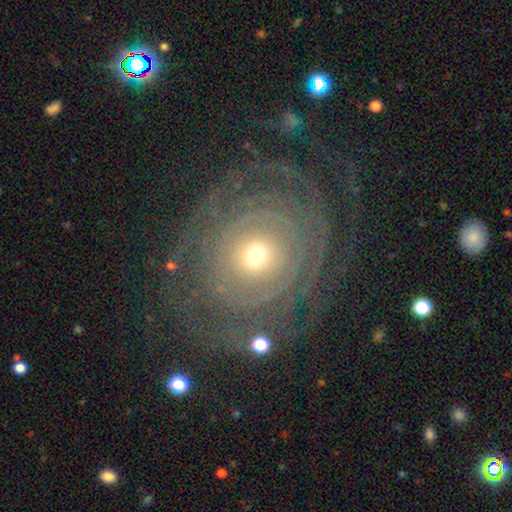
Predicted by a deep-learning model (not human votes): featured or disk 81%, smooth 12%, star or artifact 7%. Down the decision tree: edge-on disk — no (96%); bar — no (83%); spiral arms — yes (85%); spiral arm count — can't tell (39%); spiral winding — tight (75%); bulge size — small (51%); merging — none (71%).